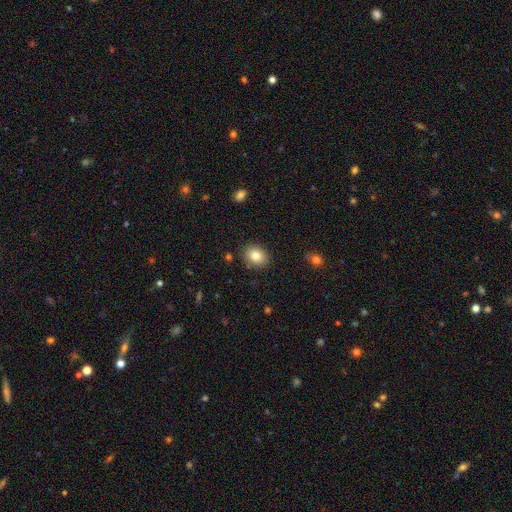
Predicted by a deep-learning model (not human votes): The model was most divided on "how rounded": in between: 50%, round: 49%, cigar-shaped: 1%. More confident: merging — none (88%); smooth or featured — smooth (83%).